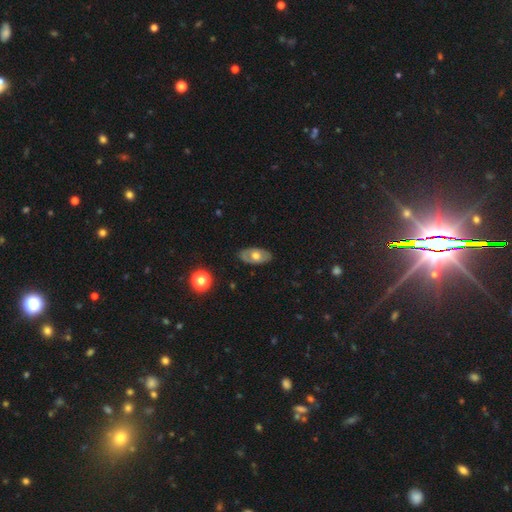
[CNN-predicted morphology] This appears to be a smooth galaxy with no disk features (50%). Merging: none (82%).